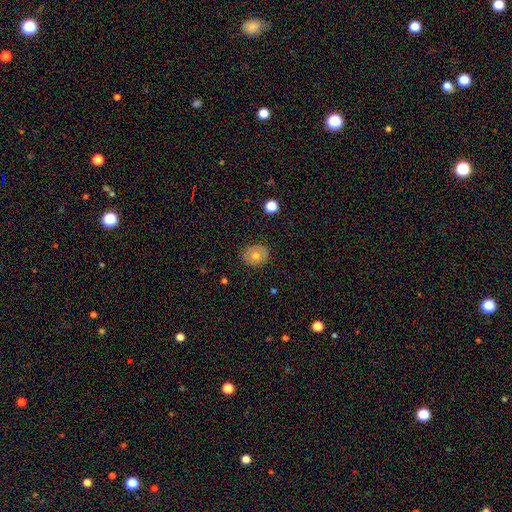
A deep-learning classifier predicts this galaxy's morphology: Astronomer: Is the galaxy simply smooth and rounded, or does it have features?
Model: smooth — 57% (runner-up: featured or disk, 34%).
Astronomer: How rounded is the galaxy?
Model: round — 61% (runner-up: in between, 38%).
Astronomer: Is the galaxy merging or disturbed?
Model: none — 86%.